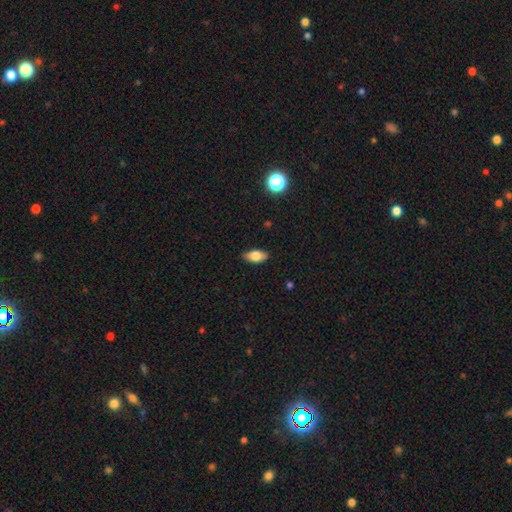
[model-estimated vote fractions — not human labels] Smooth or featured: smooth — 78% (featured or disk — 14%)
How rounded: in between — 90% (cigar-shaped — 6%)
Merging: none — 87% (minor disturbance — 11%)